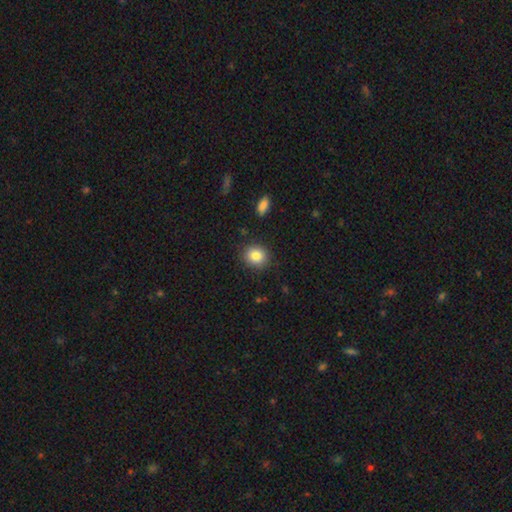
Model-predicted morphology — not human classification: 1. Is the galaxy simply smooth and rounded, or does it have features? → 85% smooth, 9% star or artifact, 6% featured or disk.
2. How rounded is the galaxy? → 75% round, 24% in between, 1% cigar-shaped.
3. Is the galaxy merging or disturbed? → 87% none, 9% minor disturbance, 2% major disturbance, 2% merger.